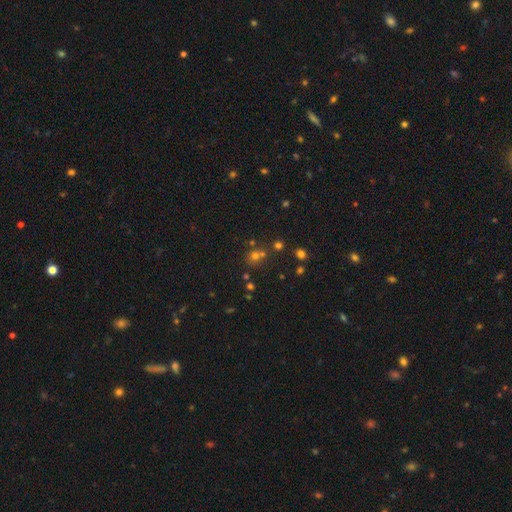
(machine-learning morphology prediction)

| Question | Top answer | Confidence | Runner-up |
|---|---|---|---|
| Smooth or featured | smooth | 53% | star or artifact (36%) |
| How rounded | round | 82% | in between (17%) |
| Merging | none | 60% | merger (27%) |